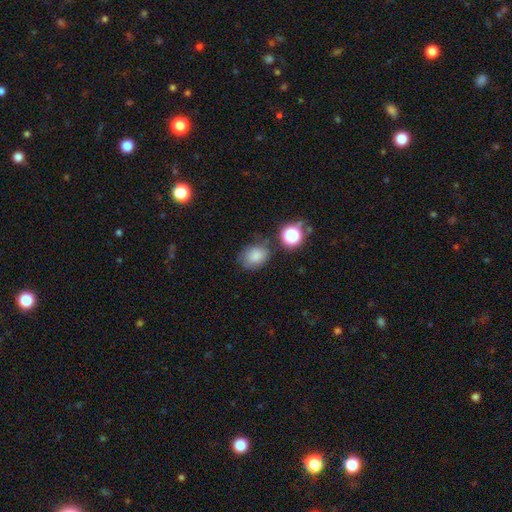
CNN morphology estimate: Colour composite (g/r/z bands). It shows a smooth galaxy with no disk features (79%) that is in between round and cigar-shaped (53%). Merging: none (64%).